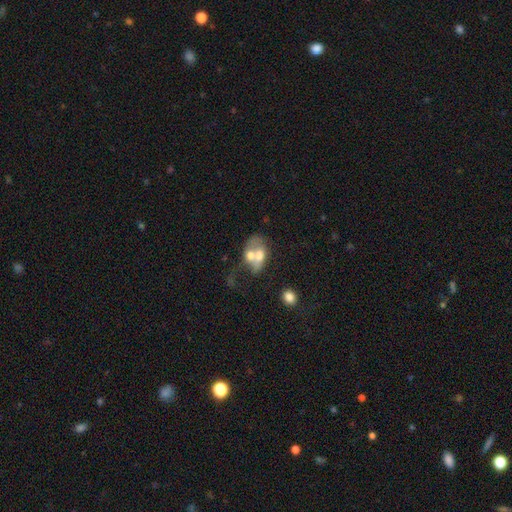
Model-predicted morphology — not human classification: Overall: smooth (51%; featured or disk 39%). How rounded: in between (71%). Merging: merger (66%).